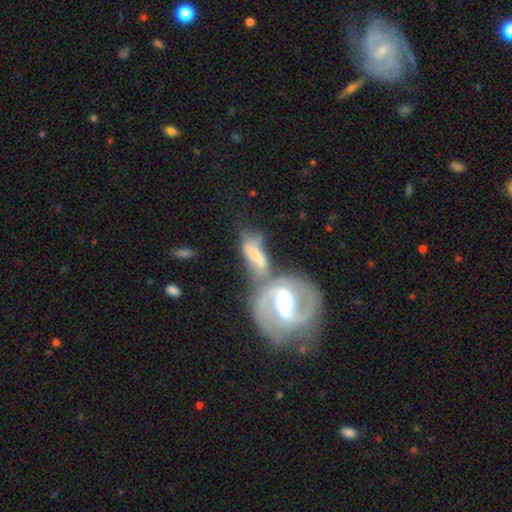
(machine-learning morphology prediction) Q: Smooth or featured?
A: featured or disk (55%); runner-up: smooth (37%)
Q: Edge-on disk?
A: no (89%); runner-up: yes (11%)
Q: Merging?
A: merger (61%); runner-up: none (17%)